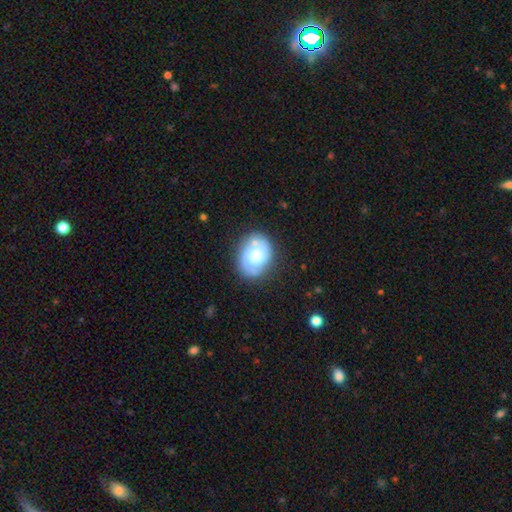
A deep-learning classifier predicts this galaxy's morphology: type=smooth (54%); roundness=in between (62%); merging=none (59%).